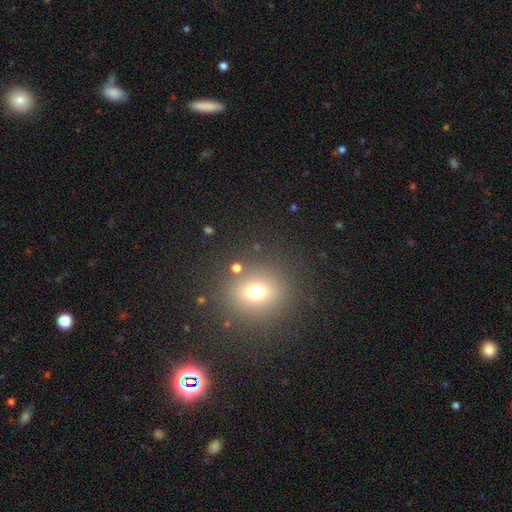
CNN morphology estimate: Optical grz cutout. It shows a smooth galaxy with no disk features (55%) that is round (77%). Merging: none (87%).